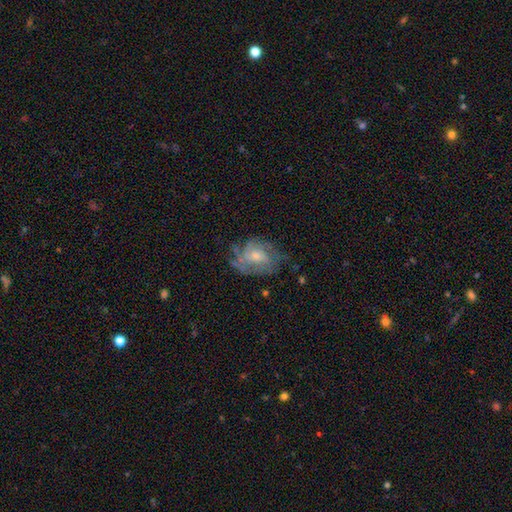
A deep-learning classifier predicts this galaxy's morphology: type=featured or disk (67%); edge-on=no (96%); bar=no (65%); spiral arms=yes (78%); winding=tight (46%); arm count=can't tell (47%); bulge=moderate (49%); merging=none (60%).